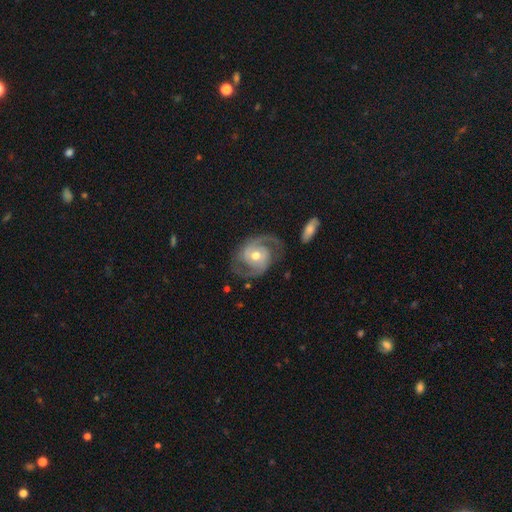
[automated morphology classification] Smooth or featured? featured or disk (89%)
Edge-on disk? no (98%)
Bar? no (58%)
Spiral arms? yes (97%)
Spiral winding? medium (54%)
Spiral arm count? 2 (92%)
Bulge size? moderate (74%)
Merging? none (76%)